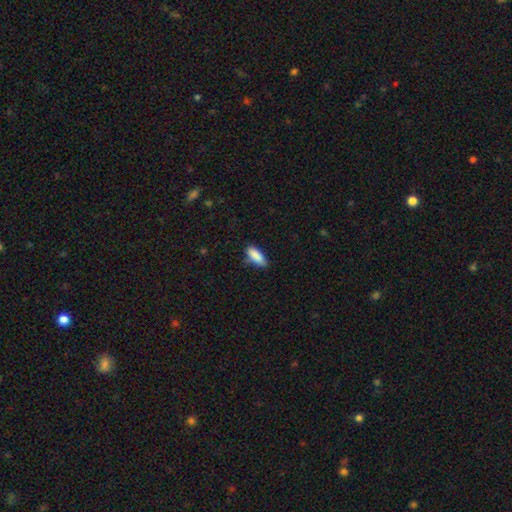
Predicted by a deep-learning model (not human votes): Smooth or featured: smooth — 88% (star or artifact — 7%)
How rounded: in between — 70% (cigar-shaped — 28%)
Merging: none — 70% (minor disturbance — 24%)